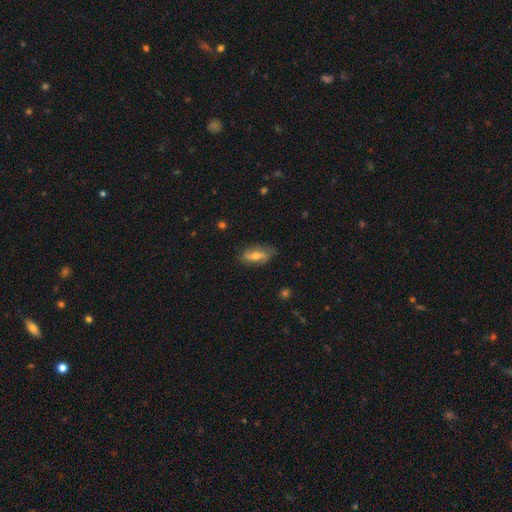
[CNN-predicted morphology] Smooth or featured?
  - smooth: 52% *
  - featured or disk: 41%
  - star or artifact: 7%
How rounded?
  - in between: 79% *
  - cigar-shaped: 16%
  - round: 5%
Merging?
  - none: 76% *
  - minor disturbance: 18%
  - major disturbance: 4%
  - merger: 1%